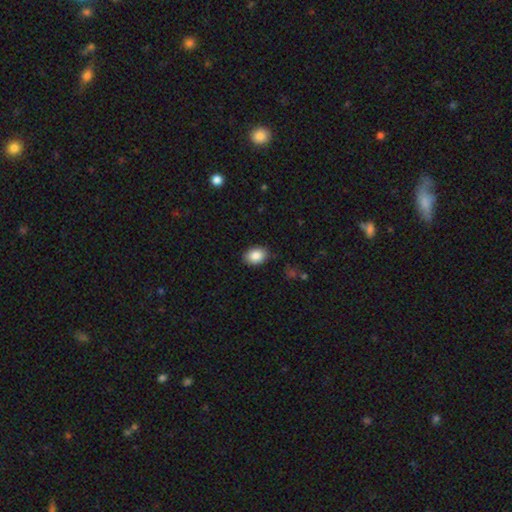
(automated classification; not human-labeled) smooth 87%, star or artifact 8%, featured or disk 5%. Down the decision tree: how rounded — in between (73%); merging — none (86%).